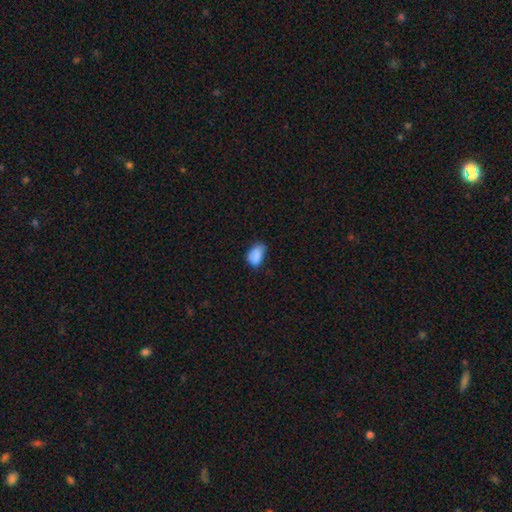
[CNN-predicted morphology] The model was most divided on "merging": none: 50%, minor disturbance: 39%, major disturbance: 9%, merger: 2%. More confident: how rounded — in between (88%); smooth or featured — smooth (85%).